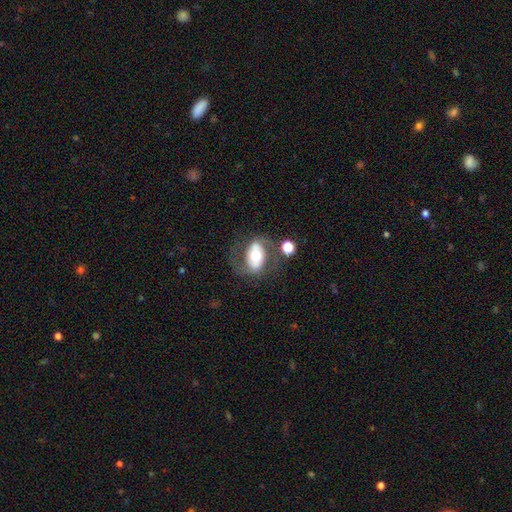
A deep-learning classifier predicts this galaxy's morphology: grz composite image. It shows a featured or disk galaxy (61%) with no bar (41%), spiral arms (72%) and a moderate central bulge (65%). Merging: none (58%).